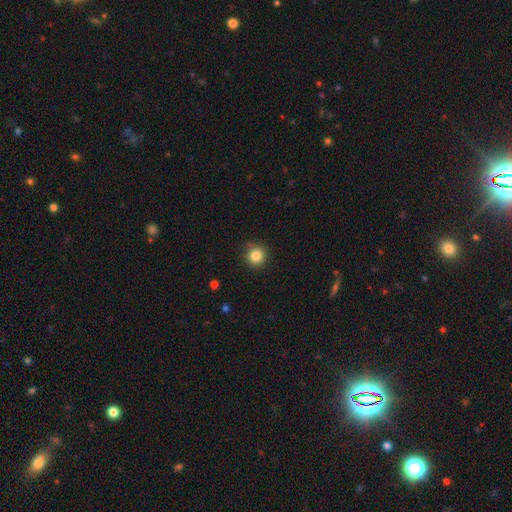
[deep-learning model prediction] Smooth or featured?
  - smooth: 84% *
  - star or artifact: 11%
  - featured or disk: 5%
How rounded?
  - round: 93% *
  - in between: 6%
  - cigar-shaped: 1%
Merging?
  - none: 88% *
  - minor disturbance: 9%
  - major disturbance: 2%
  - merger: 1%